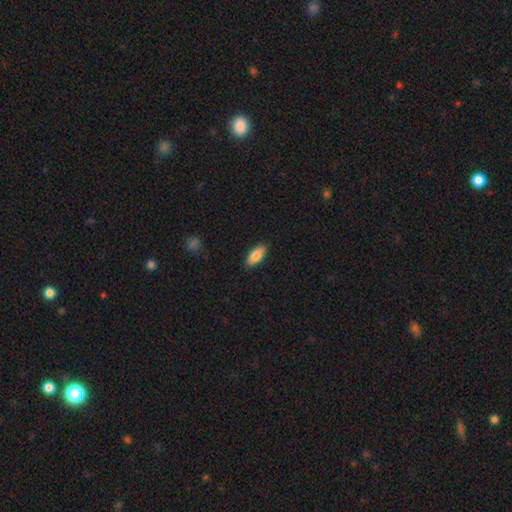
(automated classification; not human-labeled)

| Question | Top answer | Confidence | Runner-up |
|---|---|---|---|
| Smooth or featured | smooth | 83% | featured or disk (11%) |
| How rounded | in between | 83% | cigar-shaped (15%) |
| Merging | none | 87% | minor disturbance (10%) |